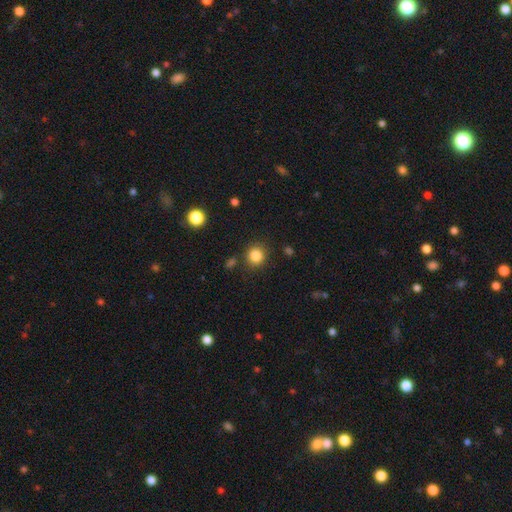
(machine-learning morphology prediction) type=smooth (84%); roundness=round (88%); merging=none (85%).